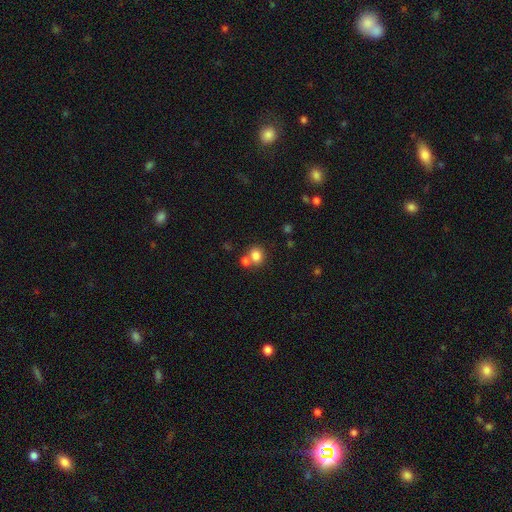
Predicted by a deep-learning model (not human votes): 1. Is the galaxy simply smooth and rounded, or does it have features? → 81% smooth, 11% star or artifact, 7% featured or disk.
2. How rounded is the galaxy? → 74% round, 25% in between, 1% cigar-shaped.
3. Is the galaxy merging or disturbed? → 55% none, 32% merger, 9% minor disturbance, 4% major disturbance.